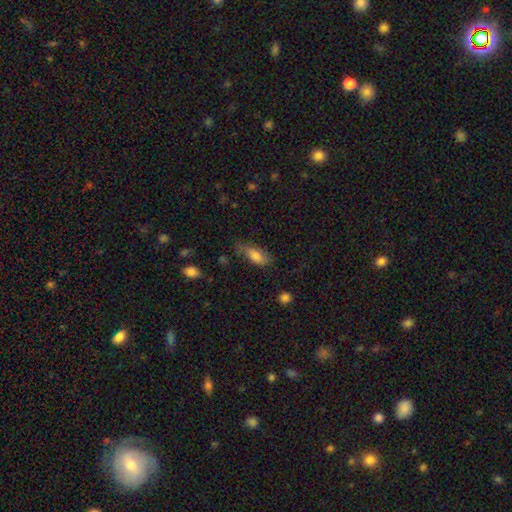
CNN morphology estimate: Smooth or featured? smooth (74%)
How rounded? in between (82%)
Merging? none (54%)